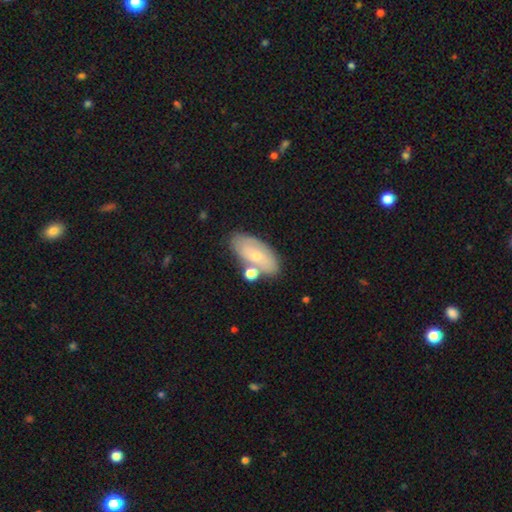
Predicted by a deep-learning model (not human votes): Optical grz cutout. It shows a smooth galaxy with no disk features (58%) that is in between round and cigar-shaped (88%). Merging: none (64%).